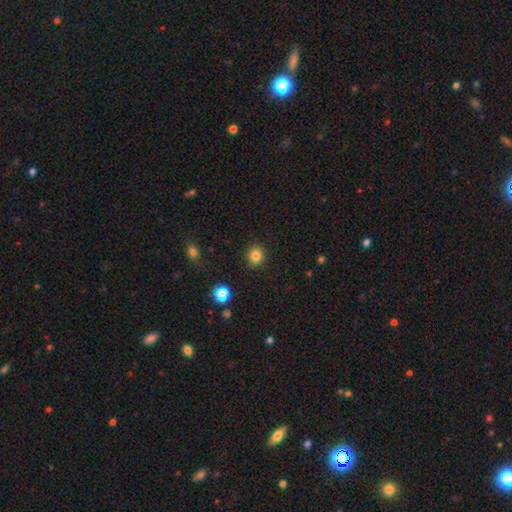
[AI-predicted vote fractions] smooth-or-featured: smooth: 83% | star or artifact: 12% | featured or disk: 5%
  how-rounded: round: 89% | in between: 10% | cigar-shaped: 1%
  merging: none: 91% | minor disturbance: 6% | major disturbance: 2% | merger: 1%